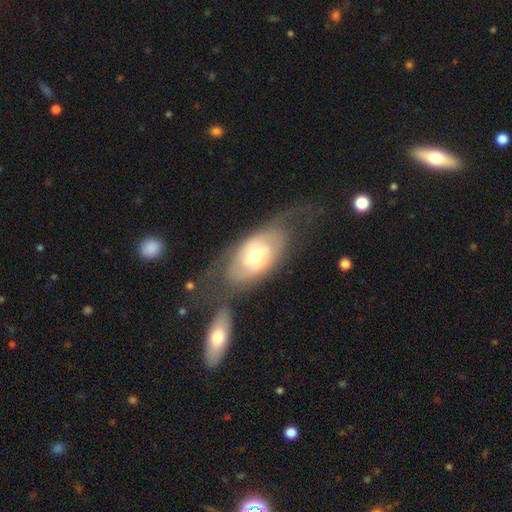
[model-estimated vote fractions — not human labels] Smooth or featured? Predicted: featured or disk (p=0.64). Edge-on disk? Predicted: no (p=0.90). Bar? Predicted: weak (p=0.45). Spiral arms? Predicted: yes (p=0.70). Bulge size? Predicted: moderate (p=0.60). Merging? Predicted: none (p=0.47).